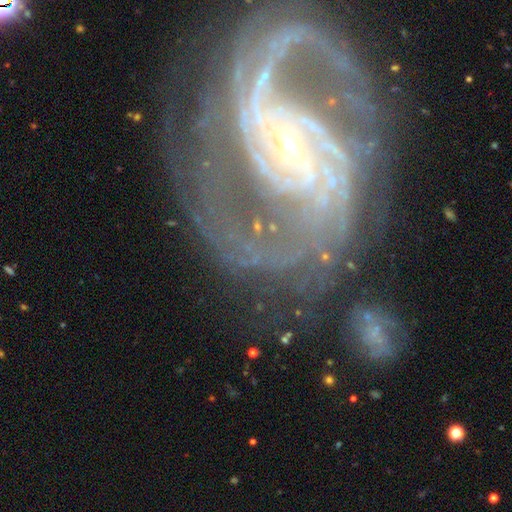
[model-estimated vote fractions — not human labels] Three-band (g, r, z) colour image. It shows a featured or disk galaxy (92%) with no bar (37%), 2 (57%) medium (48%) spiral arms (98%) and a small central bulge (75%). Merging: none (57%).